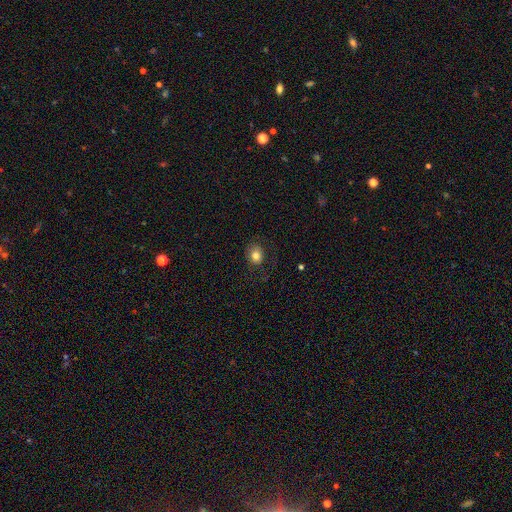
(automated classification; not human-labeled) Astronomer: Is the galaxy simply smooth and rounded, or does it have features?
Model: smooth — 80%.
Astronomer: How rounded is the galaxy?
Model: round — 59% (runner-up: in between, 40%).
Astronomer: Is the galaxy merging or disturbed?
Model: none — 76%.